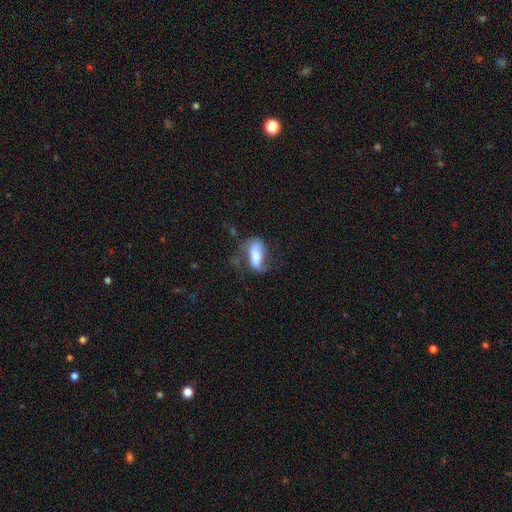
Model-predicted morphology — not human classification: Smooth or featured? smooth (58%)
How rounded? in between (77%)
Merging? none (42%)